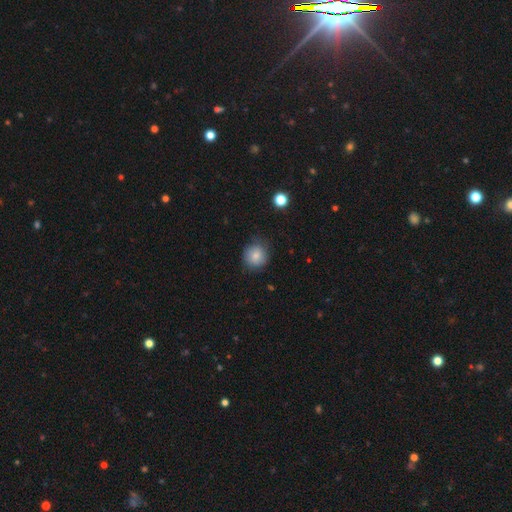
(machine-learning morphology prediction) Q: Smooth or featured?
A: smooth (82%); runner-up: featured or disk (10%)
Q: How rounded?
A: round (88%); runner-up: in between (11%)
Q: Merging?
A: none (77%); runner-up: minor disturbance (17%)